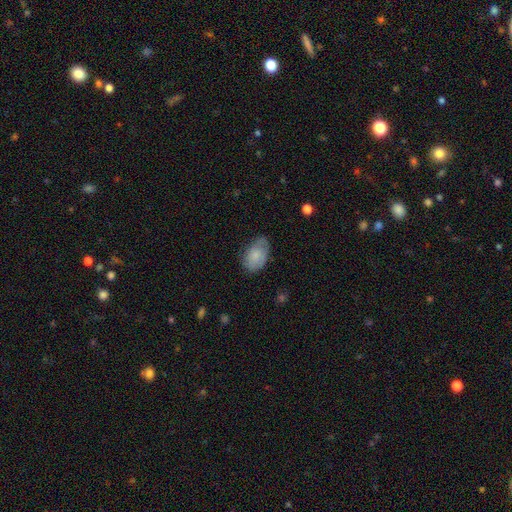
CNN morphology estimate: Smooth or featured: smooth — 74% (featured or disk — 19%)
How rounded: in between — 89% (round — 10%)
Merging: none — 60% (minor disturbance — 31%)